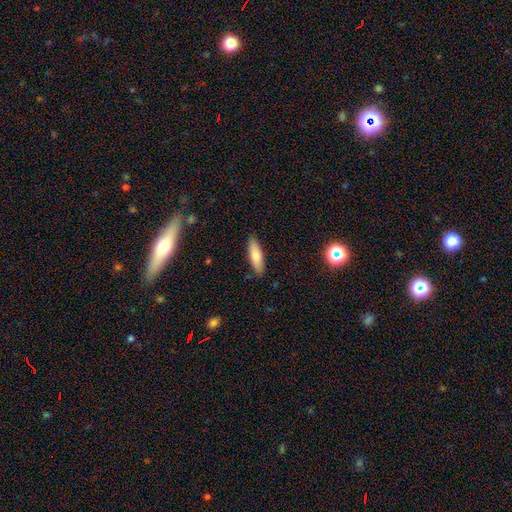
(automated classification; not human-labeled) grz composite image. It shows a smooth galaxy with no disk features (77%) that is cigar-shaped (55%). Merging: none (87%).